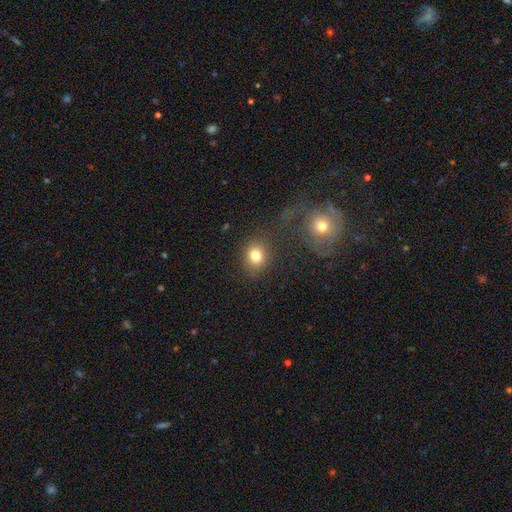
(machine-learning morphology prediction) A smooth galaxy with no disk features (80%) that is round (72%). Merging: none (77%).